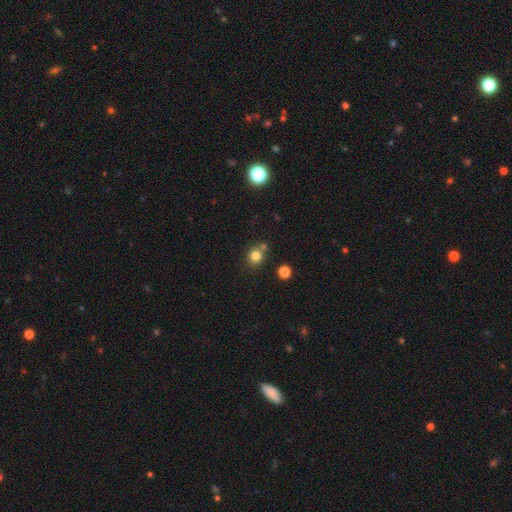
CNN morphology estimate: This is likely a smooth galaxy (80%). How rounded: likely round (79%). Merging: likely none (69%).